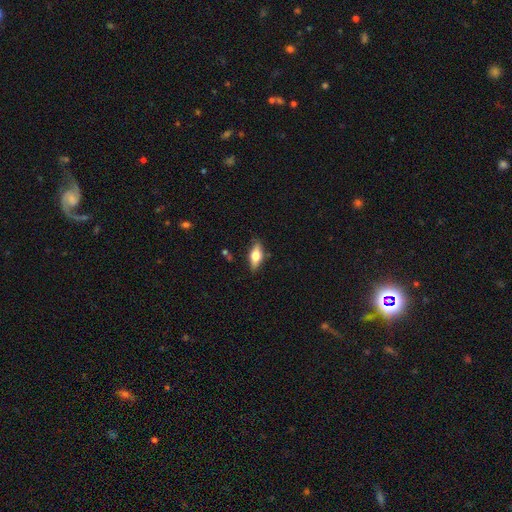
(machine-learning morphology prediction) smooth-or-featured: smooth: 56% | featured or disk: 37% | star or artifact: 7%
  how-rounded: in between: 74% | cigar-shaped: 22% | round: 4%
  merging: none: 81% | minor disturbance: 14% | major disturbance: 3% | merger: 2%